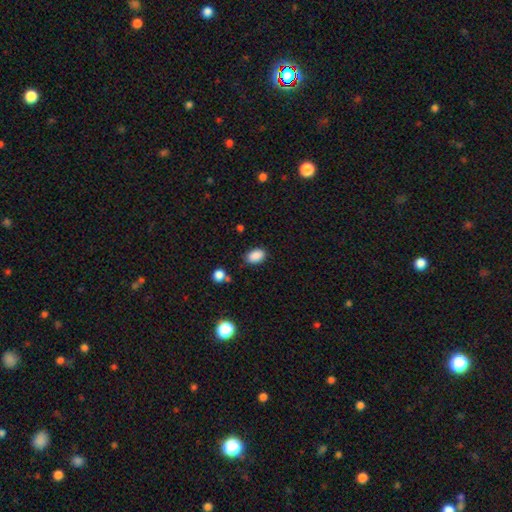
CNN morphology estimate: smooth-or-featured: smooth: 88% | star or artifact: 9% | featured or disk: 3%
  how-rounded: in between: 87% | round: 11% | cigar-shaped: 1%
  merging: none: 80% | minor disturbance: 14% | major disturbance: 3% | merger: 3%